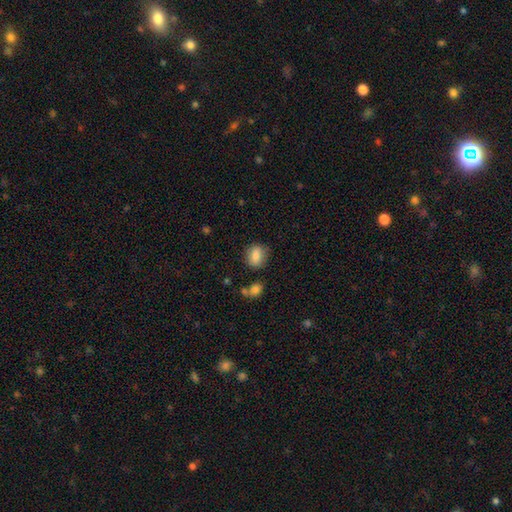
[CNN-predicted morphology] This is clearly a smooth galaxy (81%). How rounded: possibly round (55%). Merging: clearly none (80%).